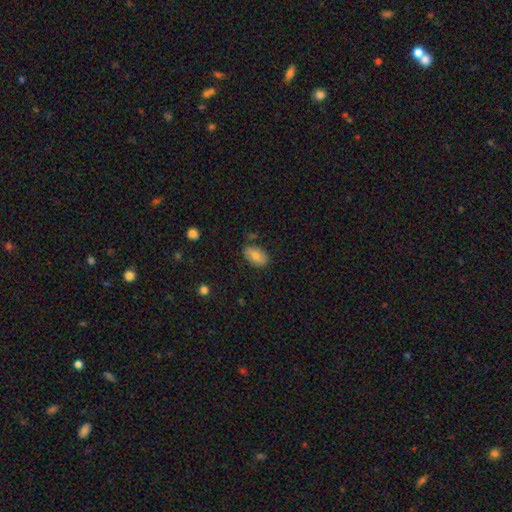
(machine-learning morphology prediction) Q: Smooth or featured?
A: smooth (76%); runner-up: featured or disk (16%)
Q: How rounded?
A: in between (91%); runner-up: round (7%)
Q: Merging?
A: none (79%); runner-up: minor disturbance (15%)